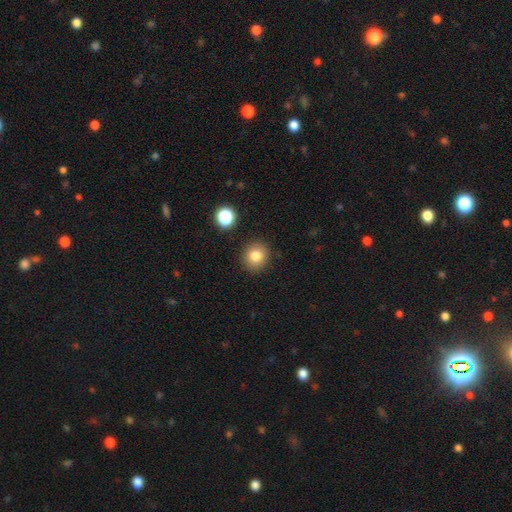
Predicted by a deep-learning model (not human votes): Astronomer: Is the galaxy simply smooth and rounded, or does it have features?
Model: smooth — 81%.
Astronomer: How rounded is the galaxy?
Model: round — 85%.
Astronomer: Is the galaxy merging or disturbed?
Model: none — 89%.